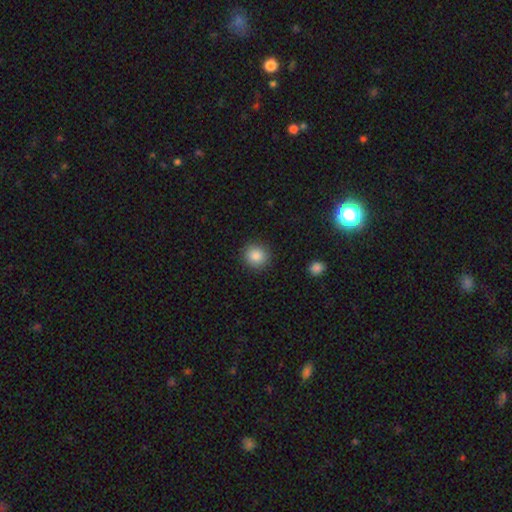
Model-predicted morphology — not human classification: type=smooth (87%); roundness=round (90%); merging=none (90%).